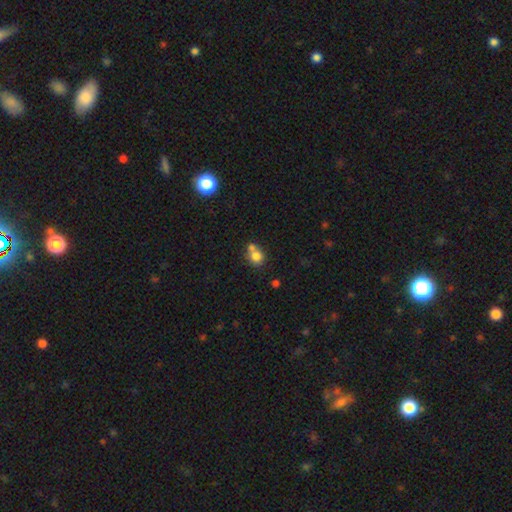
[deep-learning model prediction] Q: Smooth or featured?
A: smooth (77%); runner-up: featured or disk (12%)
Q: How rounded?
A: round (76%); runner-up: in between (24%)
Q: Merging?
A: merger (45%); runner-up: none (42%)